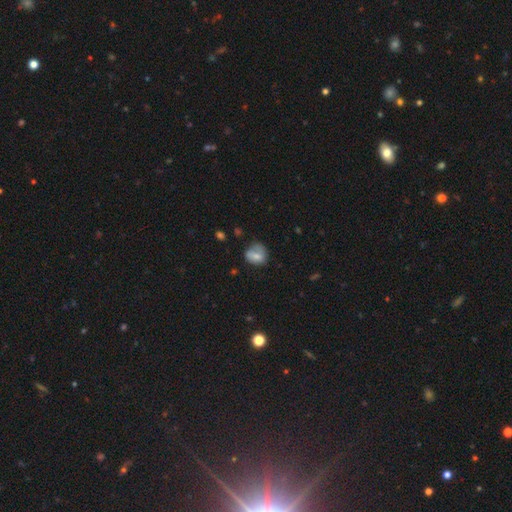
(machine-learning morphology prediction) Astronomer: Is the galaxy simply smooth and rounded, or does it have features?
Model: smooth — 67%.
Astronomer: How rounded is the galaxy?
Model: round — 57% (runner-up: in between, 41%).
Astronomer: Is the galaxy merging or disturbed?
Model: none — 47% (runner-up: minor disturbance, 29%).